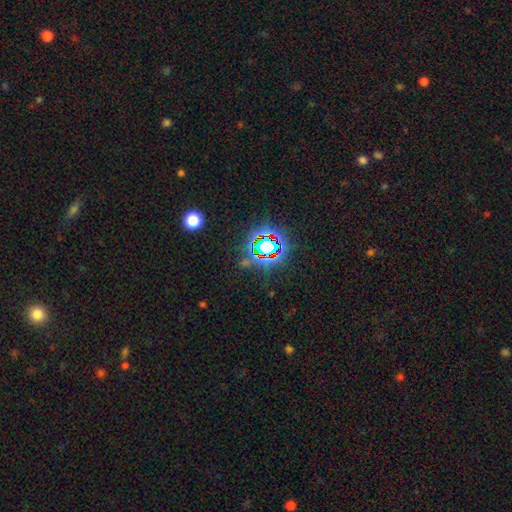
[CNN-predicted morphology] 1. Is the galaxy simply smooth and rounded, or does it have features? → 79% star or artifact, 13% smooth, 8% featured or disk.